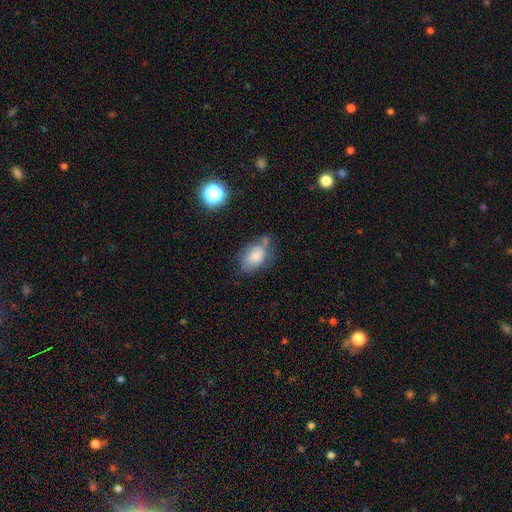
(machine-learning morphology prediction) Smooth or featured: smooth — 77% (featured or disk — 14%)
How rounded: in between — 89% (round — 9%)
Merging: none — 48% (minor disturbance — 30%)